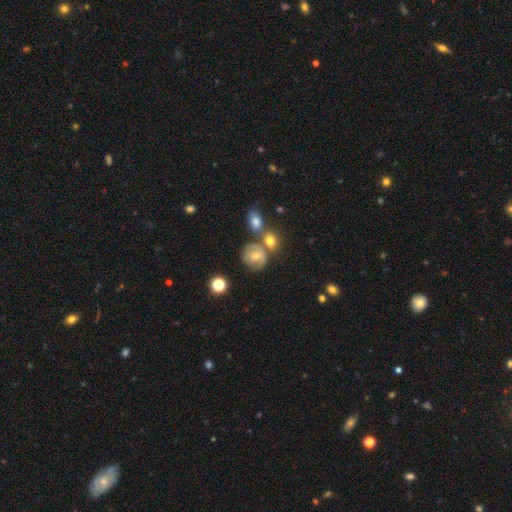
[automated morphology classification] The model was most divided on "smooth or featured": featured or disk: 51%, smooth: 39%, star or artifact: 10%. More confident: edge-on disk — no (97%); merging — none (52%).